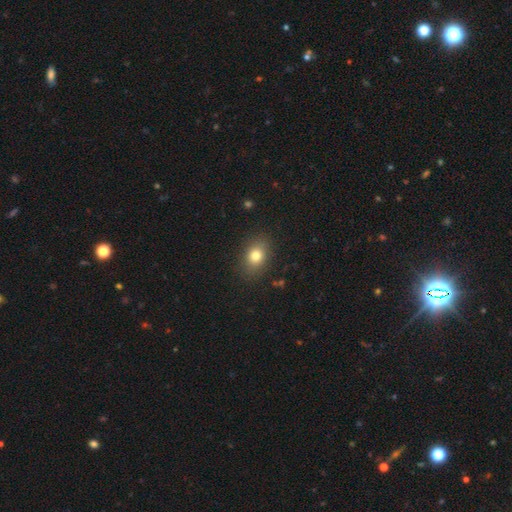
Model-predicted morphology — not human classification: type=smooth (79%); roundness=in between (65%); merging=none (86%).